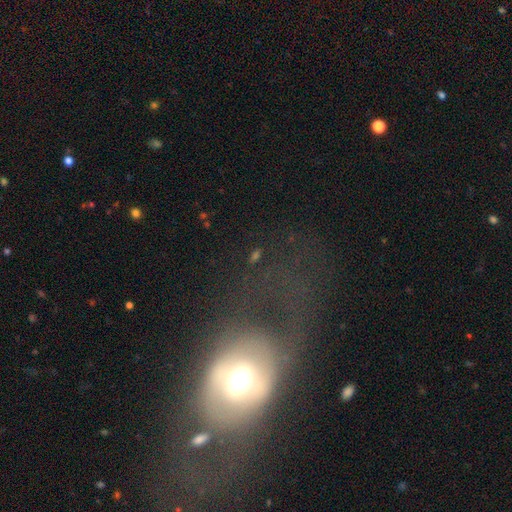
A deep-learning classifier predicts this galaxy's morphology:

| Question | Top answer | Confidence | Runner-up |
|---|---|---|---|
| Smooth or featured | star or artifact | 44% | smooth (32%) |